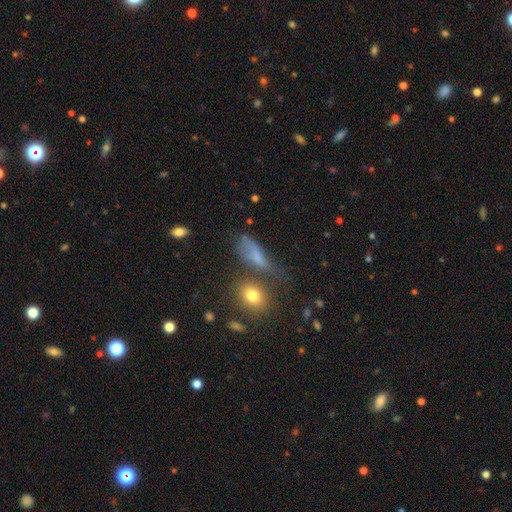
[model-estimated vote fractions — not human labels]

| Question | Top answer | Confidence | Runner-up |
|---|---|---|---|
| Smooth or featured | smooth | 62% | featured or disk (21%) |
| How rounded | in between | 65% | cigar-shaped (26%) |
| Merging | none | 38% | minor disturbance (24%) |